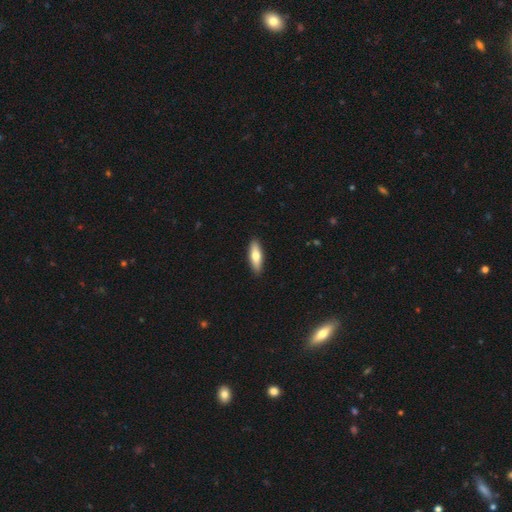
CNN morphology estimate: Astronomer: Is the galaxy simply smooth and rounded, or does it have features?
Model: smooth — 67%.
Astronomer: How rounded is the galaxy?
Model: in between — 49%, tied with cigar-shaped at 49%.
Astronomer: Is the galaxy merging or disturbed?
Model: none — 90%.